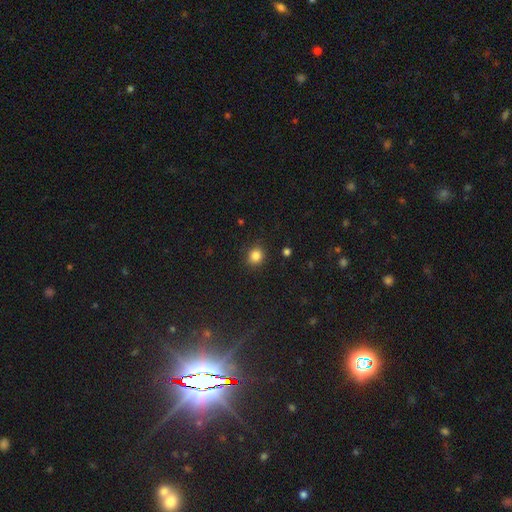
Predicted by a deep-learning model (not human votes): smooth_or_featured: smooth (p=0.84) [alt: star or artifact p=0.11]
how_rounded: round (p=0.78) [alt: in between p=0.21]
merging: none (p=0.89) [alt: minor disturbance p=0.08]